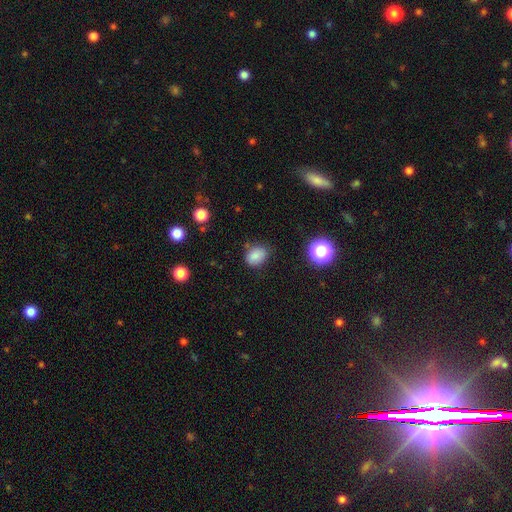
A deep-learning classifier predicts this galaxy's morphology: smooth-or-featured: smooth: 81% | star or artifact: 12% | featured or disk: 7%
  how-rounded: in between: 61% | round: 38% | cigar-shaped: 1%
  merging: none: 74% | minor disturbance: 20% | major disturbance: 4% | merger: 2%